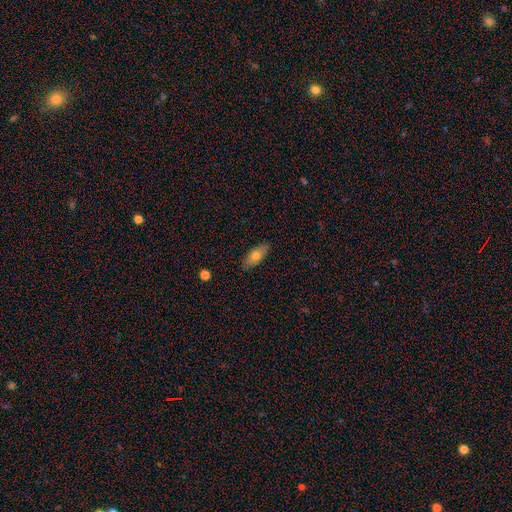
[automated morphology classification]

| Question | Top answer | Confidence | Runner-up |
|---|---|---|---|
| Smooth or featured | smooth | 70% | featured or disk (24%) |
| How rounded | in between | 75% | cigar-shaped (22%) |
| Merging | none | 88% | minor disturbance (9%) |